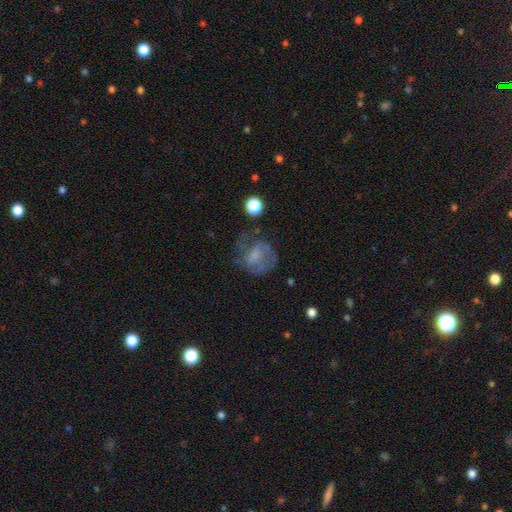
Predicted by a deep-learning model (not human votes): smooth_or_featured: featured or disk (p=0.47) [alt: smooth p=0.40]
merging: none (p=0.40) [alt: major disturbance p=0.33]